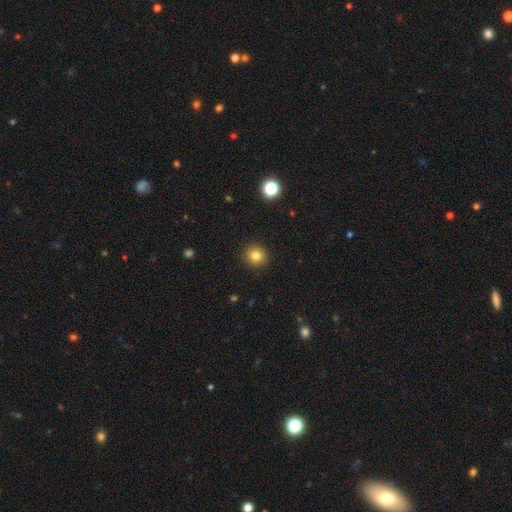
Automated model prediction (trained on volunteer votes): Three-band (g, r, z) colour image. It shows a smooth galaxy with no disk features (82%) that is round (91%). Merging: none (92%).